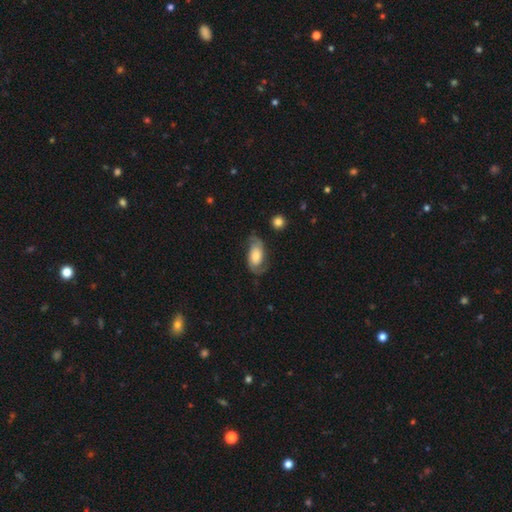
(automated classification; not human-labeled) The model was most divided on "spiral winding": medium: 42%, loose: 38%, tight: 20%. Remaining: edge-on disk — no (95%); spiral arms — yes (93%); spiral arm count — 2 (88%); smooth or featured — featured or disk (68%); merging — none (65%); bar — no (62%); bulge size — moderate (38%).